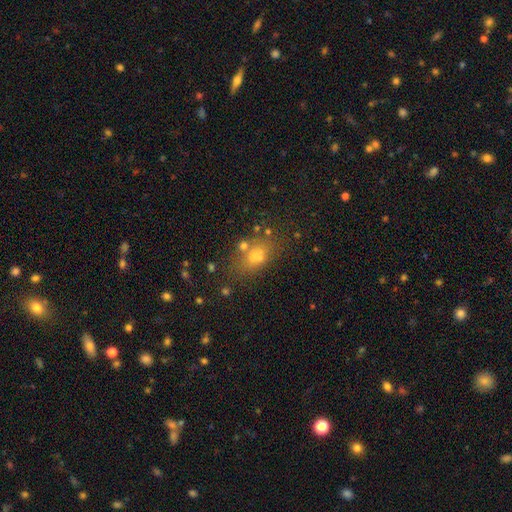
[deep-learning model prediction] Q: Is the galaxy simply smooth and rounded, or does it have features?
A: smooth — 60%.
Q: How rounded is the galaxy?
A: in between — 69%.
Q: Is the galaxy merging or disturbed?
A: none — 60%.